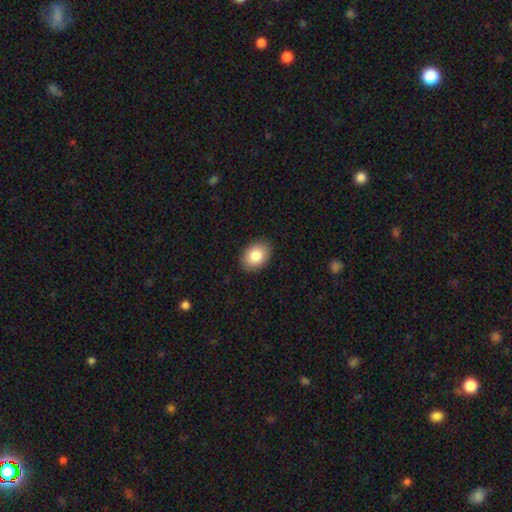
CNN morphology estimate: A smooth galaxy with no disk features (84%) that is in between round and cigar-shaped (78%). Merging: none (89%).